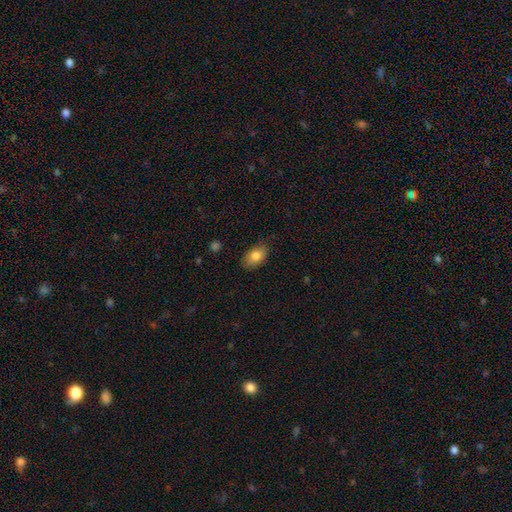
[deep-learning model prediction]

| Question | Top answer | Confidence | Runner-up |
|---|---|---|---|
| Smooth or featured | smooth | 82% | featured or disk (11%) |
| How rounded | in between | 90% | round (8%) |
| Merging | none | 81% | minor disturbance (15%) |